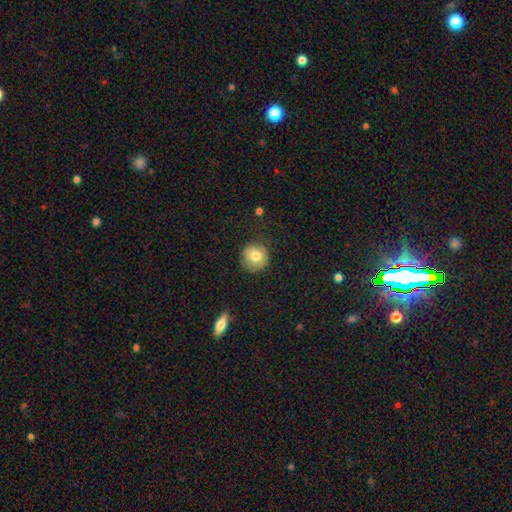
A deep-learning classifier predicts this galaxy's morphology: Smooth or featured: smooth — 78% (featured or disk — 12%)
How rounded: round — 91% (in between — 8%)
Merging: none — 78% (minor disturbance — 16%)